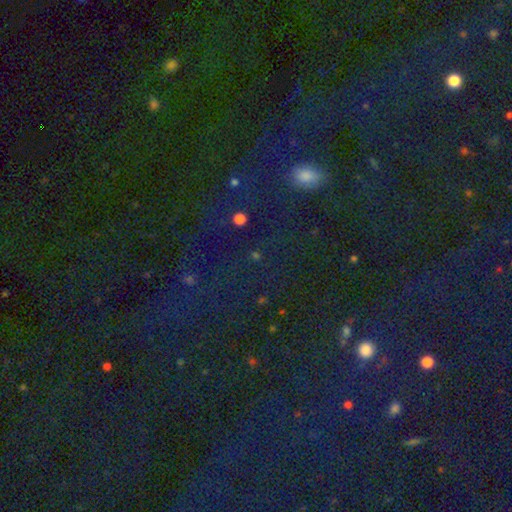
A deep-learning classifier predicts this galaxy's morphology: Smooth or featured? star or artifact (60%)